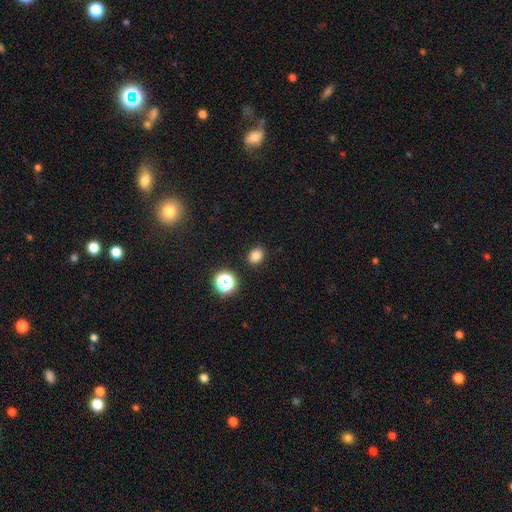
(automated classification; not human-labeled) Smooth or featured? smooth (80%)
How rounded? in between (56%)
Merging? none (88%)